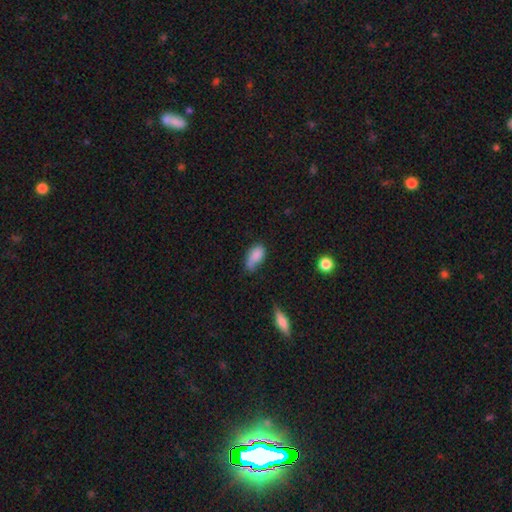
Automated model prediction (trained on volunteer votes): The model was most divided on "merging": none: 41%, minor disturbance: 40%, major disturbance: 14%, merger: 5%. More confident: how rounded — in between (90%); smooth or featured — smooth (81%).